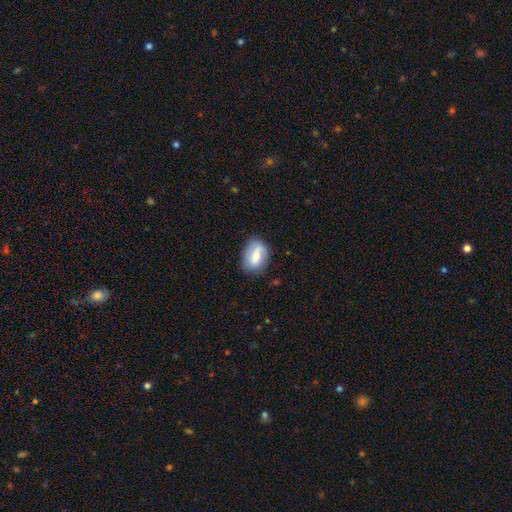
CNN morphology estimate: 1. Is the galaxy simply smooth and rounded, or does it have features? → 67% smooth, 26% featured or disk, 7% star or artifact.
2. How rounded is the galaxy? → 79% in between, 19% round, 2% cigar-shaped.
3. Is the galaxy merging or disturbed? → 74% none, 20% minor disturbance, 5% major disturbance, 2% merger.